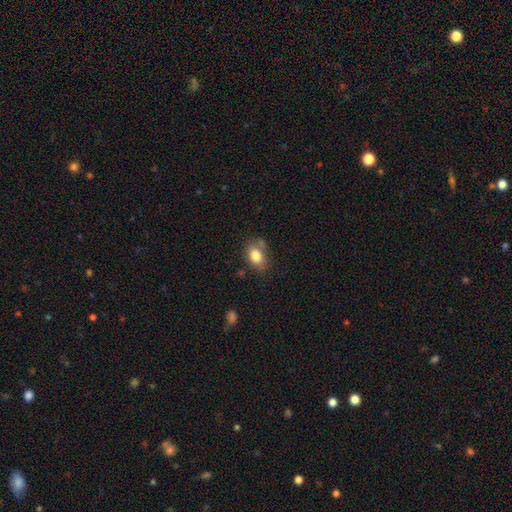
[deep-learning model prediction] Morphology: type=smooth (82%); roundness=in between (82%); merging=none (63%).